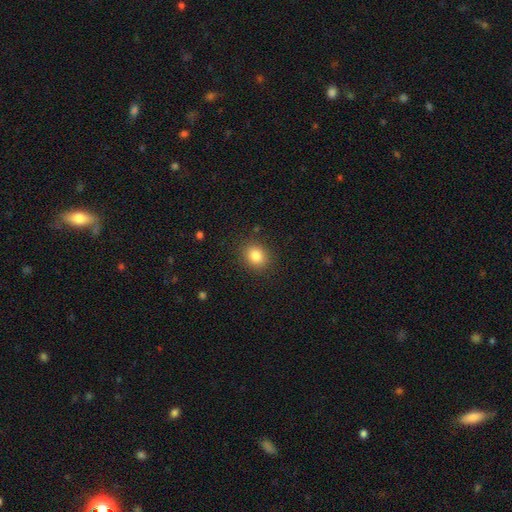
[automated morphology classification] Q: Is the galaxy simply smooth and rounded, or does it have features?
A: smooth — 84%.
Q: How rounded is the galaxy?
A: round — 62%.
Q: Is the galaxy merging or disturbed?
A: none — 87%.